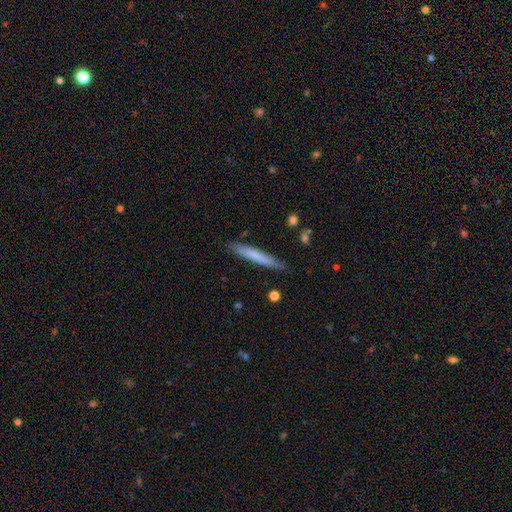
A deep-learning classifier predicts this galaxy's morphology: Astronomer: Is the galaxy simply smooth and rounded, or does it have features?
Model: smooth — 69%.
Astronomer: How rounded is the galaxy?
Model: cigar-shaped — 95%.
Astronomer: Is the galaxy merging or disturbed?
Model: none — 86%.